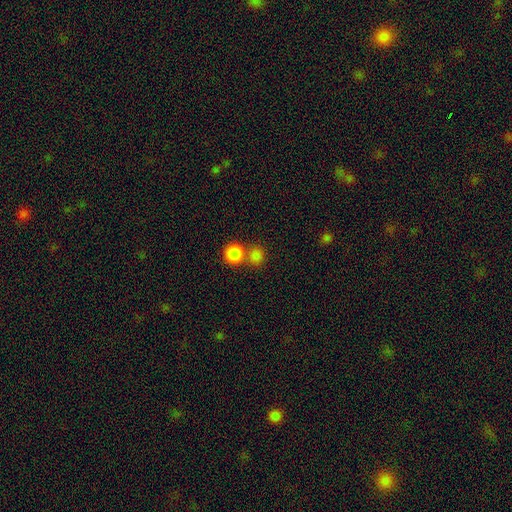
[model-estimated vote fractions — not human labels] Smooth or featured: smooth — 83% (star or artifact — 12%)
How rounded: round — 84% (in between — 15%)
Merging: none — 52% (merger — 39%)